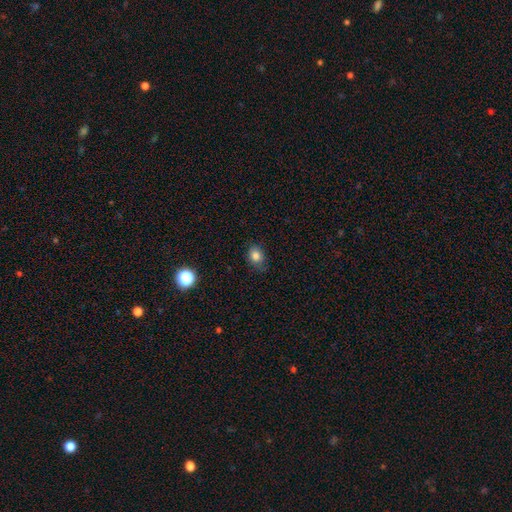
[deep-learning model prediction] Overall: smooth (82%). How rounded: in between (56%; round 43%). Merging: none (76%).